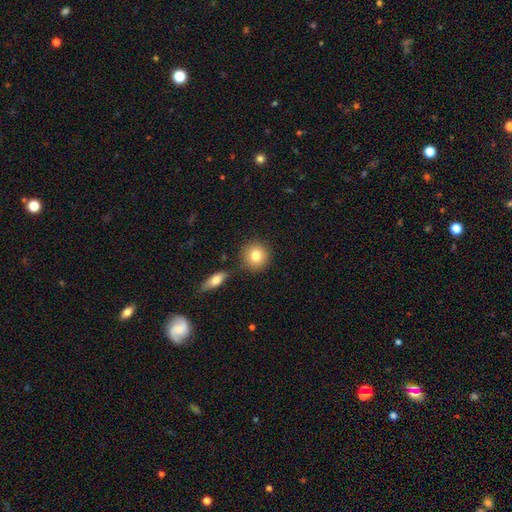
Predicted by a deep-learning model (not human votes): A smooth galaxy with no disk features (80%) that is round (91%). Merging: none (82%).